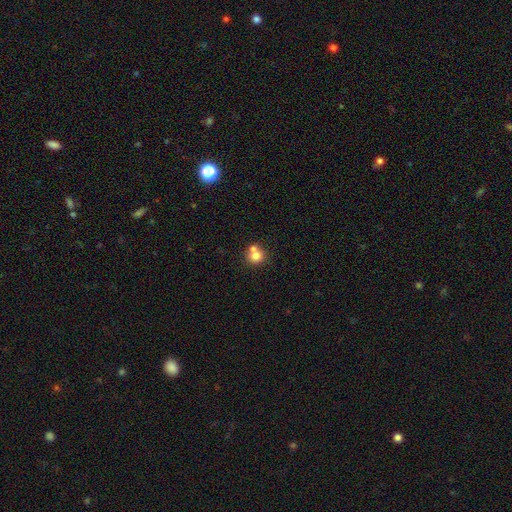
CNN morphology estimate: type=smooth (76%); roundness=round (86%); merging=none (48%).